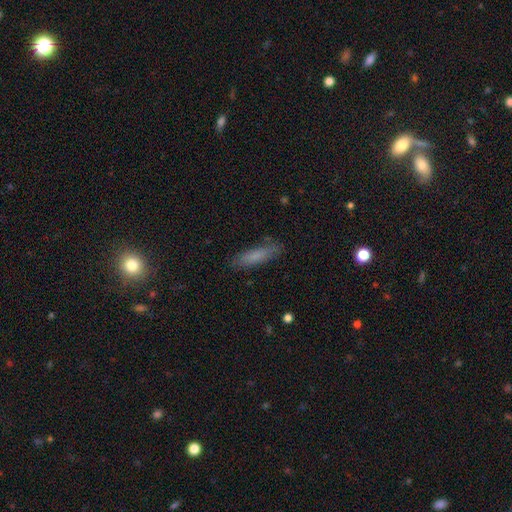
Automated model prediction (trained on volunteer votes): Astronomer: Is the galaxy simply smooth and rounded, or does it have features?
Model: smooth — 77%.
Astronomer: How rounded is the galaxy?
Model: cigar-shaped — 76%.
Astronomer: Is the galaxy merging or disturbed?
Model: none — 83%.